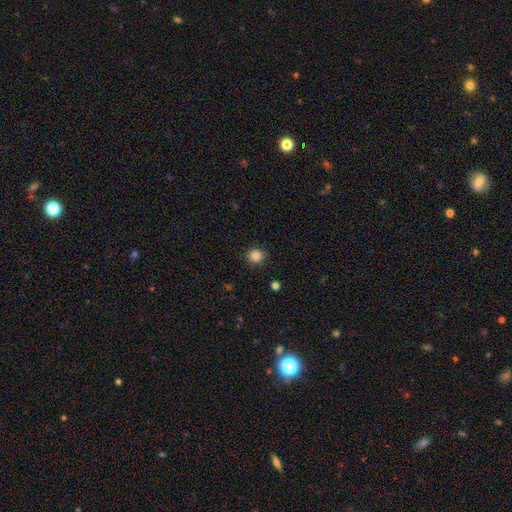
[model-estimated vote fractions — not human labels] Smooth or featured? smooth (85%)
How rounded? round (87%)
Merging? none (89%)